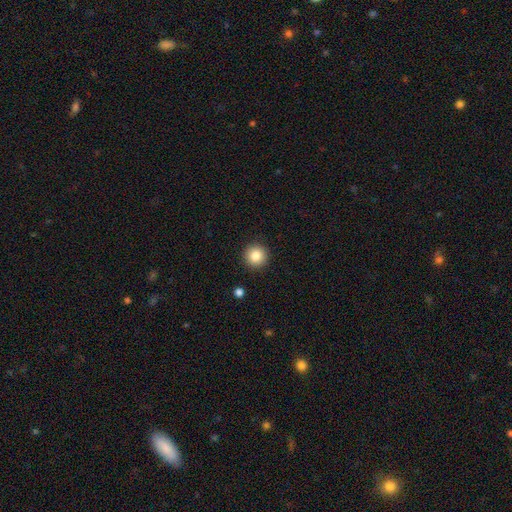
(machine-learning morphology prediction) Overall: smooth (84%). How rounded: round (96%). Merging: none (92%).